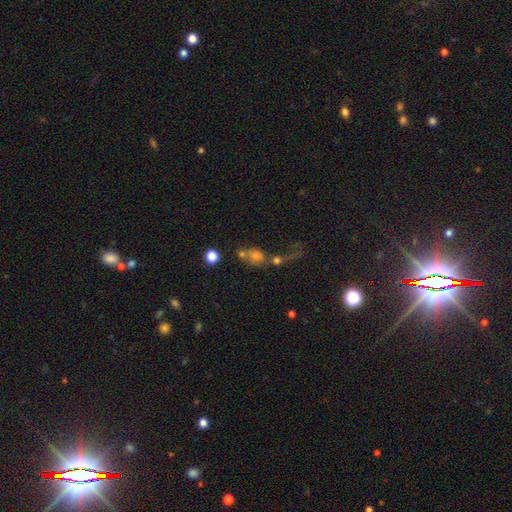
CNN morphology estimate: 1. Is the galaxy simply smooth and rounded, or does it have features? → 61% smooth, 20% featured or disk, 19% star or artifact.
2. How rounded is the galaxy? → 48% in between (tied), 48% round (tied), 4% cigar-shaped.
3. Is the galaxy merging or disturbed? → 49% merger, 24% none, 17% major disturbance, 9% minor disturbance.